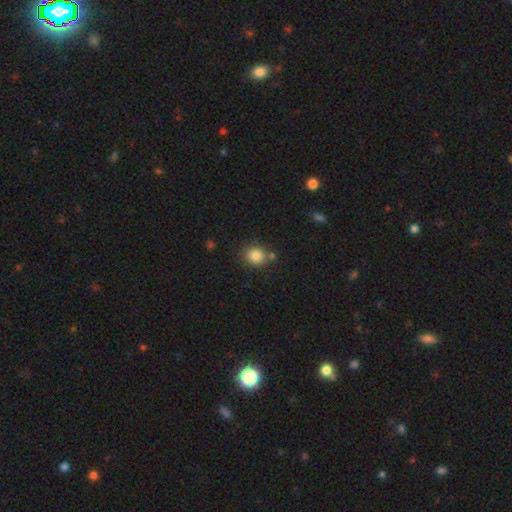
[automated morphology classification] Overall: smooth (83%). How rounded: round (76%). Merging: none (77%).